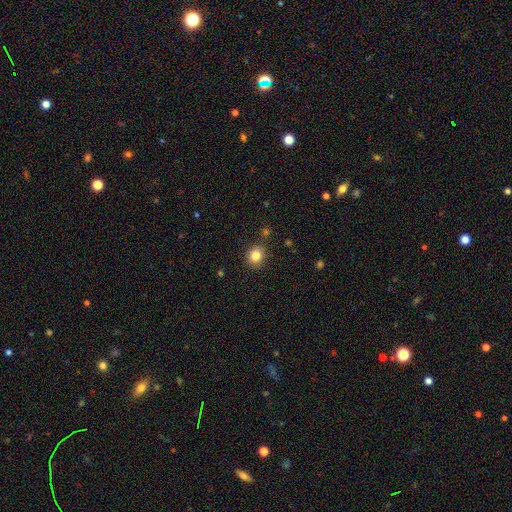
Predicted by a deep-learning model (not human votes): This is clearly a smooth galaxy (83%). How rounded: clearly round (80%). Merging: clearly none (86%).